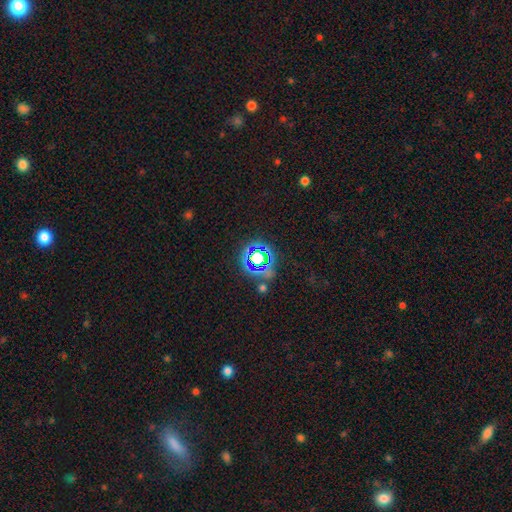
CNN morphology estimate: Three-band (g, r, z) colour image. It shows a star or artifact, not a galaxy (70%).